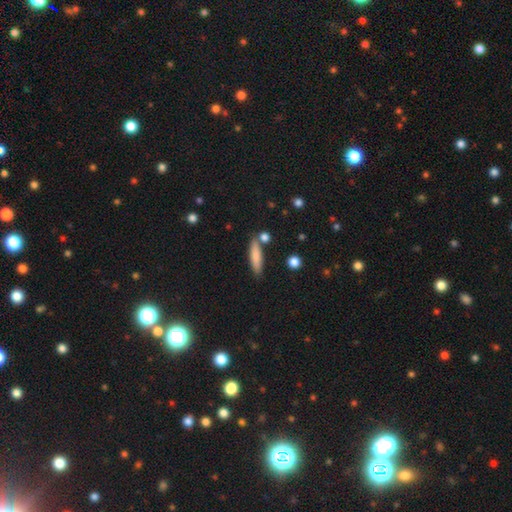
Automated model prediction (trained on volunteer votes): Morphology: type=smooth (81%); roundness=cigar-shaped (74%); merging=none (78%).